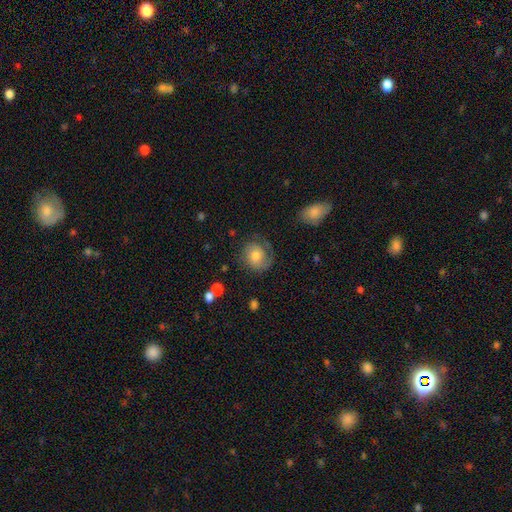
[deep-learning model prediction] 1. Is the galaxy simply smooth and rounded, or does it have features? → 49% smooth, 43% featured or disk, 9% star or artifact.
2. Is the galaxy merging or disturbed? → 65% none, 20% minor disturbance, 13% major disturbance, 2% merger.